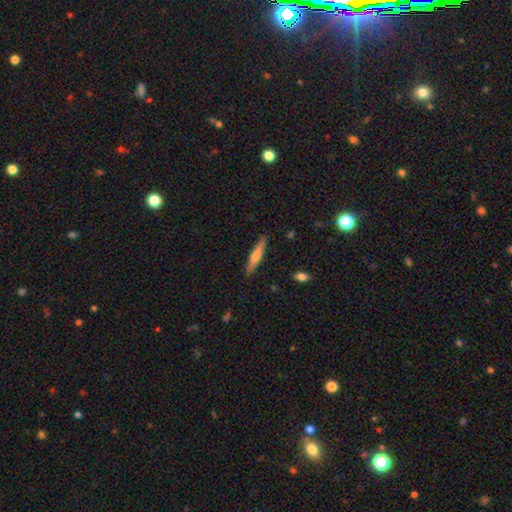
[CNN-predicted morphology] smooth 58%, featured or disk 36%, star or artifact 6%. Down the decision tree: how rounded — cigar-shaped (90%); merging — none (89%).